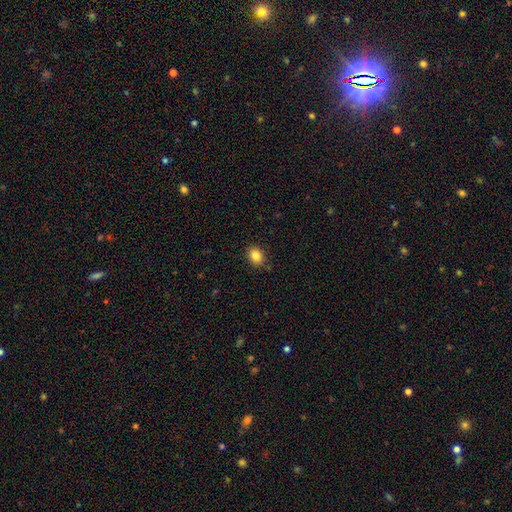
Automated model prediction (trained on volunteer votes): smooth_or_featured: smooth (p=0.85) [alt: star or artifact p=0.10]
how_rounded: in between (p=0.63) [alt: round p=0.36]
merging: none (p=0.85) [alt: minor disturbance p=0.11]